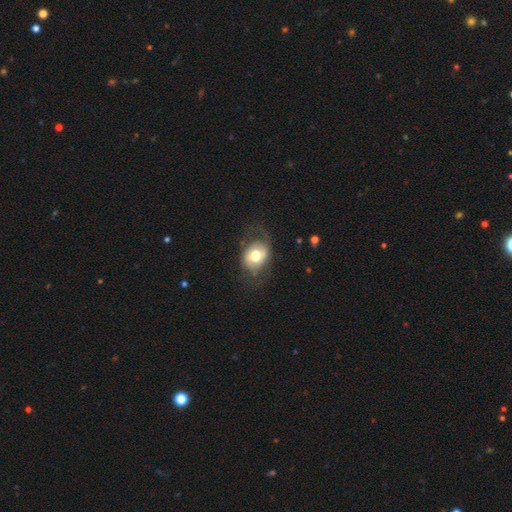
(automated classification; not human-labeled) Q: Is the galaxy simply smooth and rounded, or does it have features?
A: smooth — 49%.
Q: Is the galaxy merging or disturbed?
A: none — 59%.